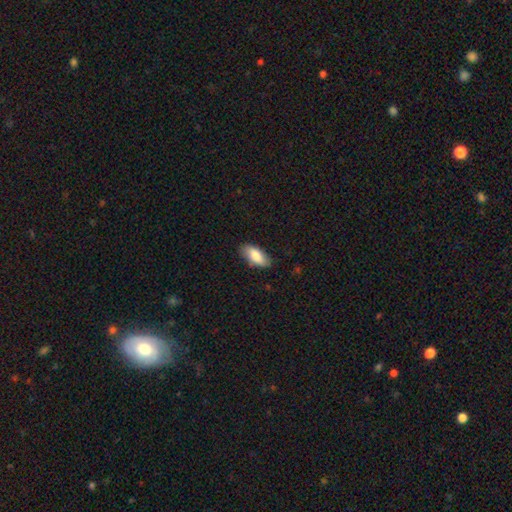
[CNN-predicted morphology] A smooth galaxy with no disk features (82%) that is in between round and cigar-shaped (90%).

Vote fractions:
- Smooth or featured? smooth: 82% / featured or disk: 11% / star or artifact: 6%
- How rounded? in between: 90% / cigar-shaped: 8% / round: 2%
- Merging? none: 79% / minor disturbance: 17% / major disturbance: 3% / merger: 1%